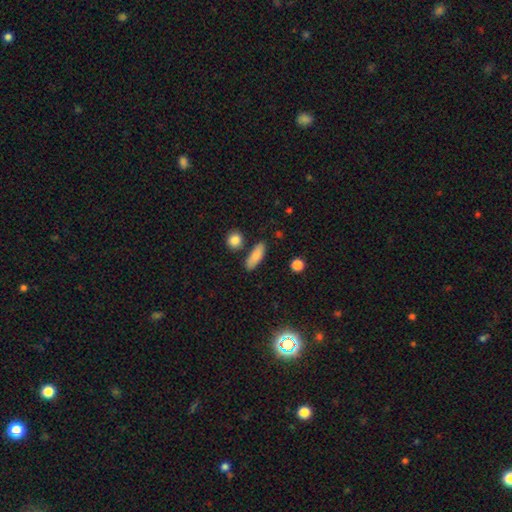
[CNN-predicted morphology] Overall: smooth (83%). How rounded: in between (58%; cigar-shaped 38%). Merging: none (82%).